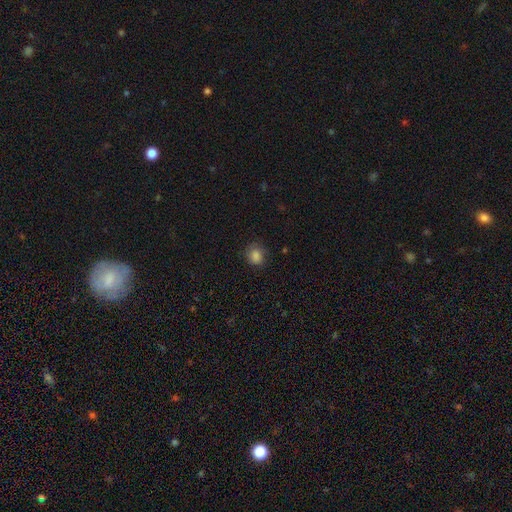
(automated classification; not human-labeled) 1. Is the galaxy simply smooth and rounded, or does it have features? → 83% smooth, 11% star or artifact, 6% featured or disk.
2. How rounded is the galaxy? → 73% round, 26% in between, 1% cigar-shaped.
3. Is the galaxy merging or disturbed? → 74% none, 19% minor disturbance, 6% major disturbance, 1% merger.